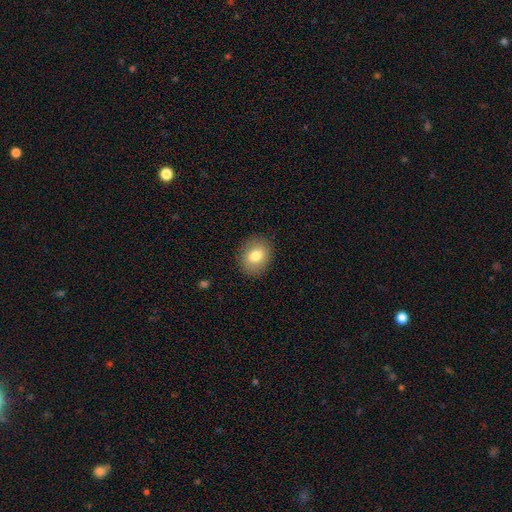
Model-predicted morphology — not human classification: Smooth or featured? smooth (79%)
How rounded? round (51%)
Merging? none (87%)